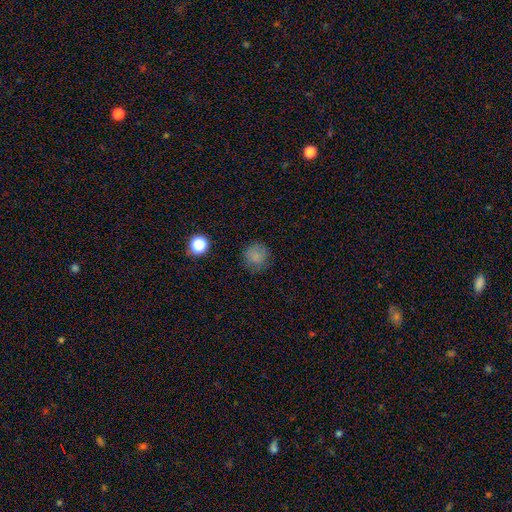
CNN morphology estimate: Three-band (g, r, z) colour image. It shows a smooth galaxy with no disk features (81%) that is round (91%). Merging: none (82%).